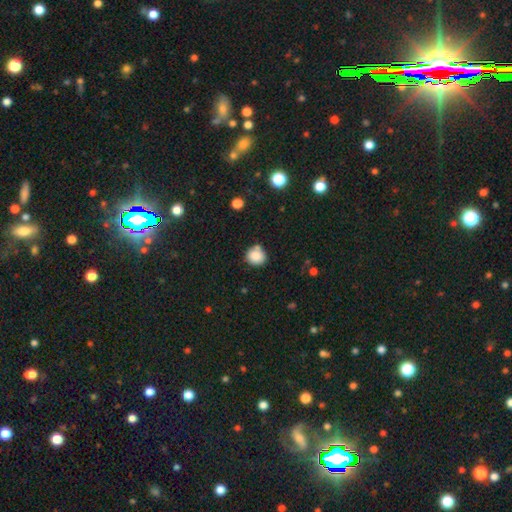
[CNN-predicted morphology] Smooth or featured?
  - smooth: 85% *
  - star or artifact: 10%
  - featured or disk: 5%
How rounded?
  - round: 85% *
  - in between: 14%
  - cigar-shaped: 1%
Merging?
  - none: 71% *
  - minor disturbance: 16%
  - merger: 9%
  - major disturbance: 3%